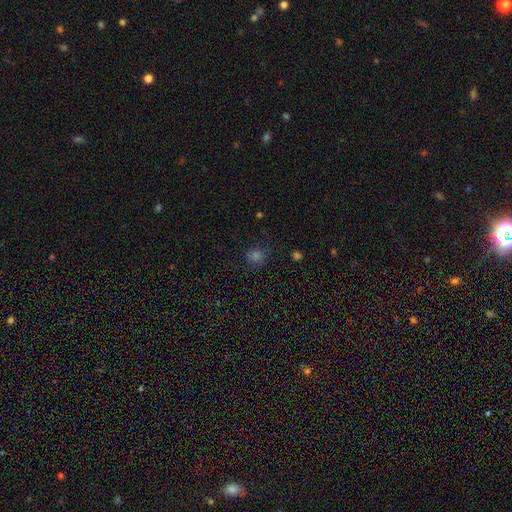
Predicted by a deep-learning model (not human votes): A smooth galaxy with no disk features (66%) that is round (83%). Merging: none (81%).